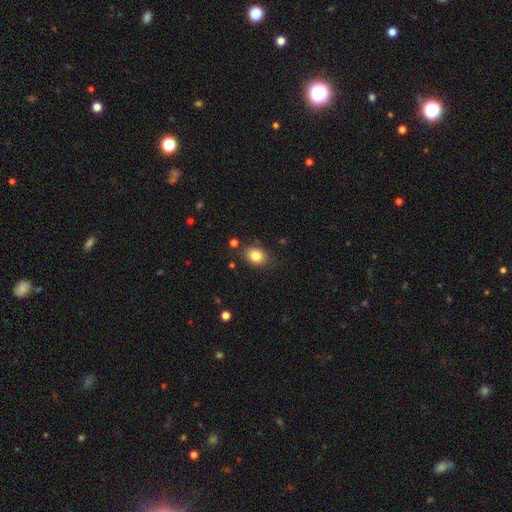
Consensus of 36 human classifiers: Overall: smooth (92%). How rounded: in between (64%; round 36%). Merging: none (66%; minor disturbance 29%).